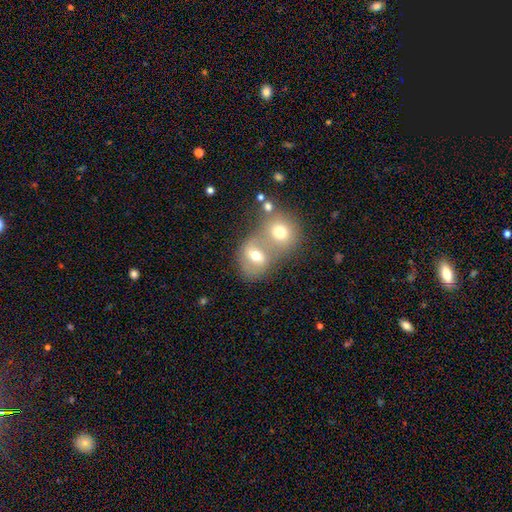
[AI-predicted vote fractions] Smooth or featured? Predicted: smooth (p=0.62). How rounded? Predicted: round (p=0.60). Merging? Predicted: merger (p=0.58).